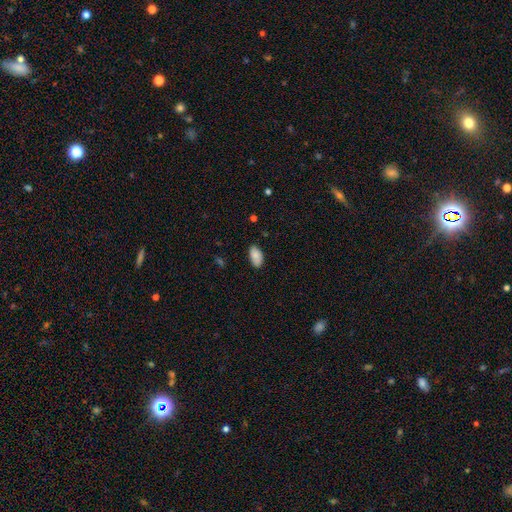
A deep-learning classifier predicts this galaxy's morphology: Q: Smooth or featured?
A: smooth (85%); runner-up: featured or disk (9%)
Q: How rounded?
A: in between (95%); runner-up: round (3%)
Q: Merging?
A: none (79%); runner-up: minor disturbance (17%)